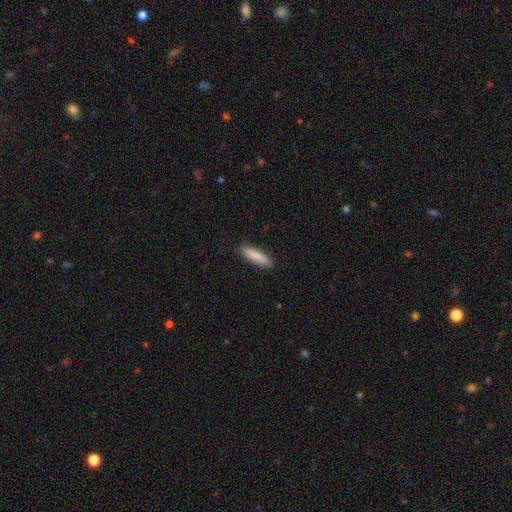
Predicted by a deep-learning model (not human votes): A smooth galaxy with no disk features (87%) that is cigar-shaped (78%).

Vote fractions:
- Smooth or featured? smooth: 87% / featured or disk: 8% / star or artifact: 6%
- How rounded? cigar-shaped: 78% / in between: 21% / round: 1%
- Merging? none: 89% / minor disturbance: 8% / major disturbance: 2% / merger: 1%